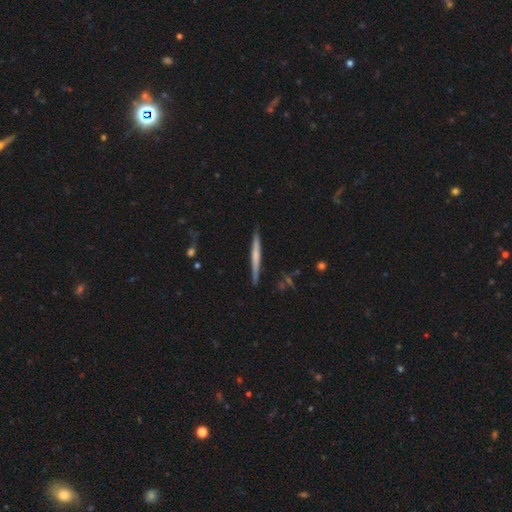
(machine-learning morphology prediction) The model was most divided on "smooth or featured" (2-way tie): smooth: 47%, featured or disk: 47%, star or artifact: 5%. More confident: merging — none (88%).